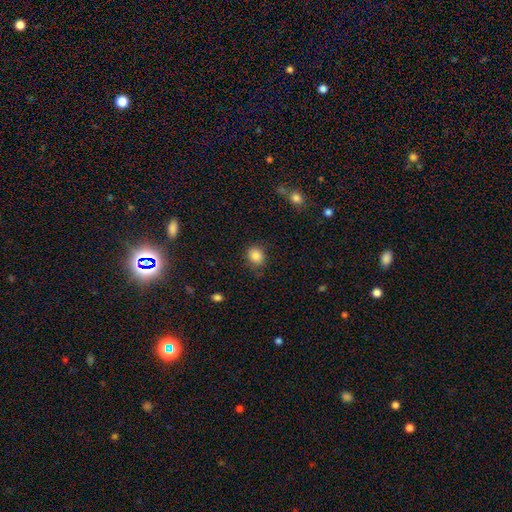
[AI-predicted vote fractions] Q: Smooth or featured?
A: smooth (86%); runner-up: star or artifact (10%)
Q: How rounded?
A: round (72%); runner-up: in between (27%)
Q: Merging?
A: none (80%); runner-up: minor disturbance (14%)